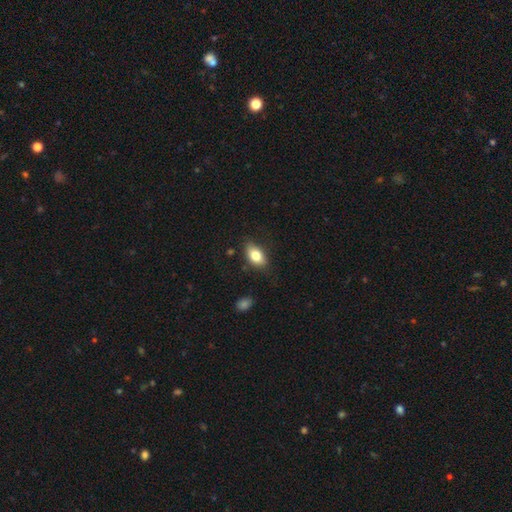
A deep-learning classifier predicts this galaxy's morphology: A smooth galaxy with no disk features (80%) that is in between round and cigar-shaped (89%).

Vote fractions:
- Smooth or featured? smooth: 80% / featured or disk: 13% / star or artifact: 7%
- How rounded? in between: 89% / round: 8% / cigar-shaped: 3%
- Merging? none: 80% / minor disturbance: 15% / major disturbance: 3% / merger: 2%